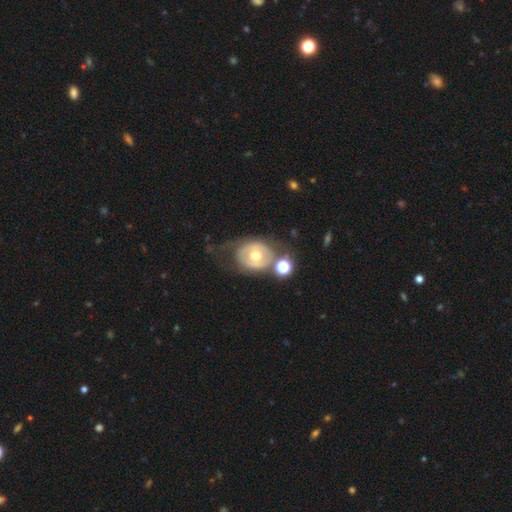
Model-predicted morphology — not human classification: A featured or disk galaxy (55%) with no bar (73%), no spiral arms (80%) and a moderate central bulge (73%).

Vote fractions:
- Smooth or featured? featured or disk: 55% / smooth: 37% / star or artifact: 8%
- Edge-on disk? no: 95% / yes: 5%
- Bar? no: 73% / weak: 18% / strong: 8%
- Spiral arms? no: 80% / yes: 20%
- Bulge size? moderate: 73% / small: 15% / large: 9% / dominant: 1% / none: 1%
- Merging? none: 52% / minor disturbance: 19% / major disturbance: 15% / merger: 14%